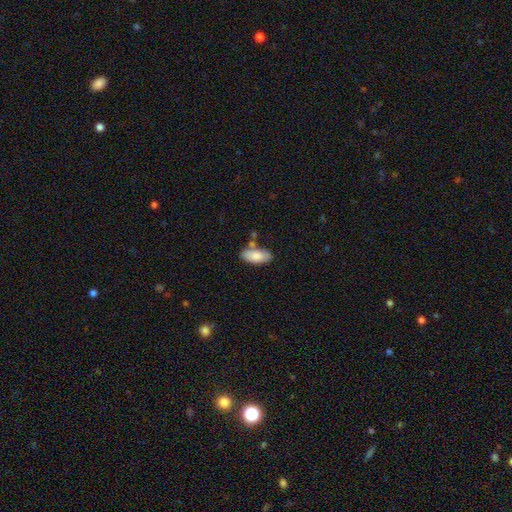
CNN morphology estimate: A smooth galaxy with no disk features (84%) that is in between round and cigar-shaped (87%). Merging: none (68%).